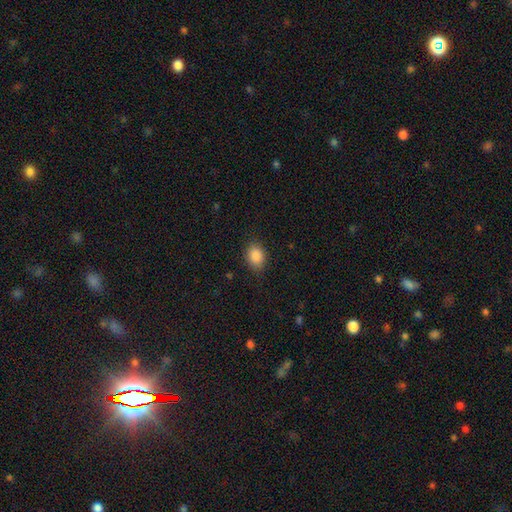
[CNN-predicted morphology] smooth 87%, star or artifact 9%, featured or disk 4%. Down the decision tree: how rounded — in between (62%); merging — none (82%).